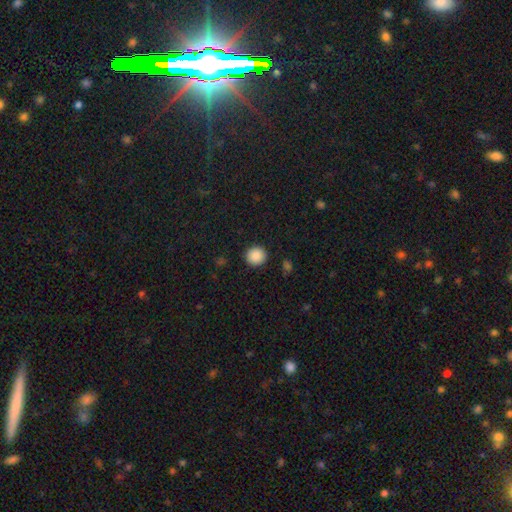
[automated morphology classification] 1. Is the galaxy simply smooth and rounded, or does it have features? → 89% smooth, 9% star or artifact, 2% featured or disk.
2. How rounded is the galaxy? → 93% round, 6% in between, 1% cigar-shaped.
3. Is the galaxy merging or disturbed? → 91% none, 6% minor disturbance, 2% major disturbance, 1% merger.